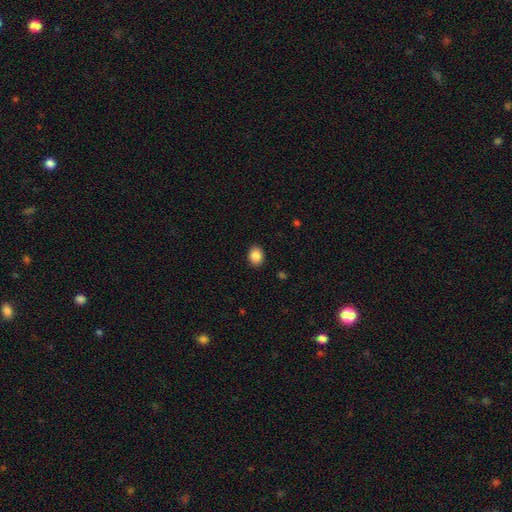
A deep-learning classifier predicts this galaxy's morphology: Q: Smooth or featured?
A: smooth (87%); runner-up: star or artifact (9%)
Q: How rounded?
A: in between (54%); runner-up: round (45%)
Q: Merging?
A: none (90%); runner-up: minor disturbance (7%)